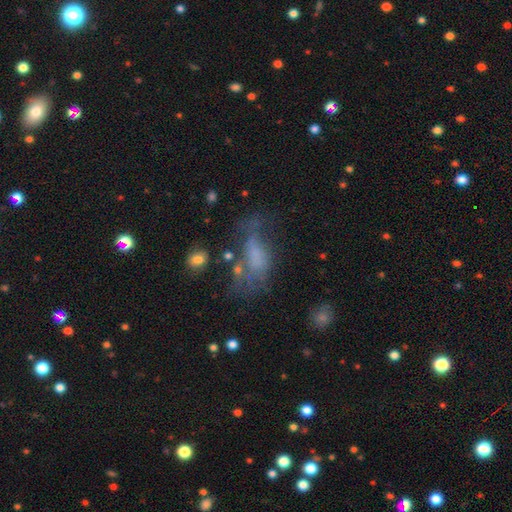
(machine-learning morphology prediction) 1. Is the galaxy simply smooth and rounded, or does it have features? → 46% smooth, 38% featured or disk, 17% star or artifact.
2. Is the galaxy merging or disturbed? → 38% major disturbance, 31% none, 22% minor disturbance, 9% merger.